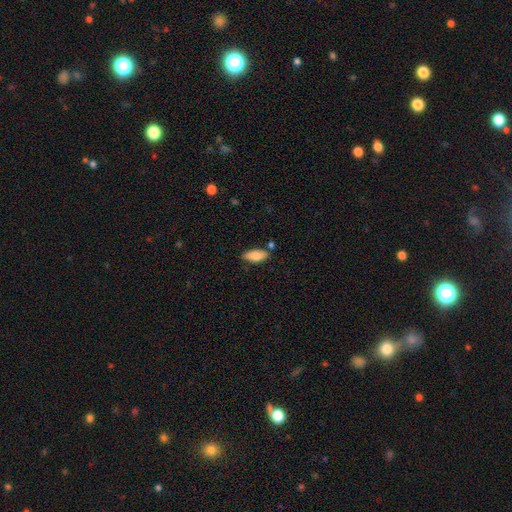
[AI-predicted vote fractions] This appears to be a smooth galaxy with no disk features (81%) that is in between round and cigar-shaped (86%). Merging: none (76%).